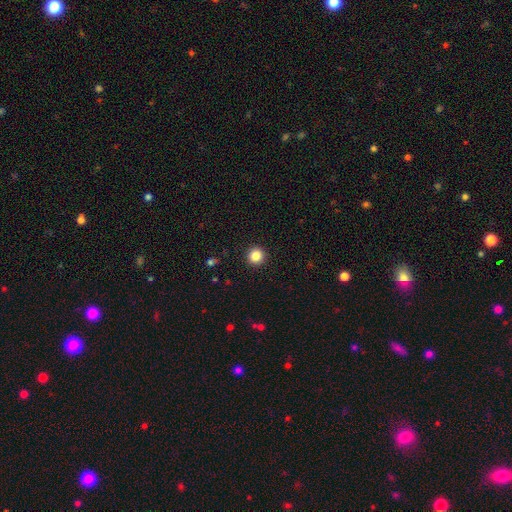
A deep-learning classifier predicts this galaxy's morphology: smooth 85%, star or artifact 11%, featured or disk 4%. Down the decision tree: how rounded — round (94%); merging — none (93%).